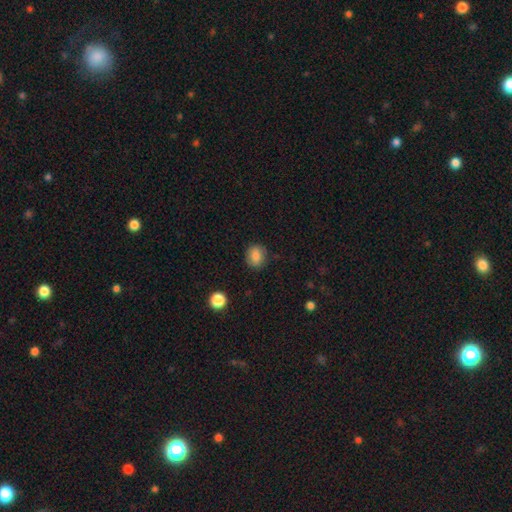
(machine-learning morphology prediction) A smooth galaxy with no disk features (82%) that is round (67%).

Vote fractions:
- Smooth or featured? smooth: 82% / star or artifact: 10% / featured or disk: 8%
- How rounded? round: 67% / in between: 32% / cigar-shaped: 1%
- Merging? none: 85% / minor disturbance: 11% / major disturbance: 3% / merger: 1%